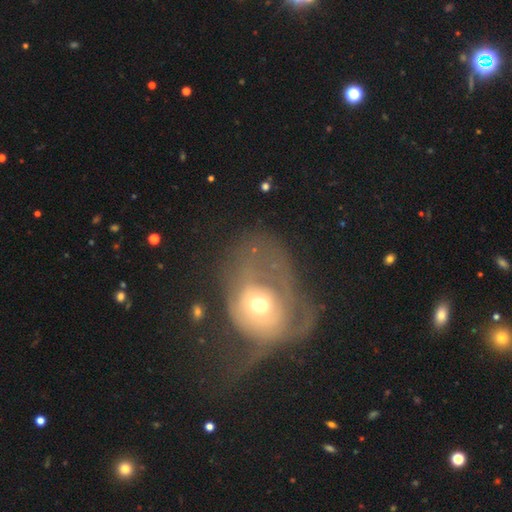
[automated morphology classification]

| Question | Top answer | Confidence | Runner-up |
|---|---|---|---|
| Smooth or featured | featured or disk | 48% | smooth (38%) |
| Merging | major disturbance | 62% | none (16%) |